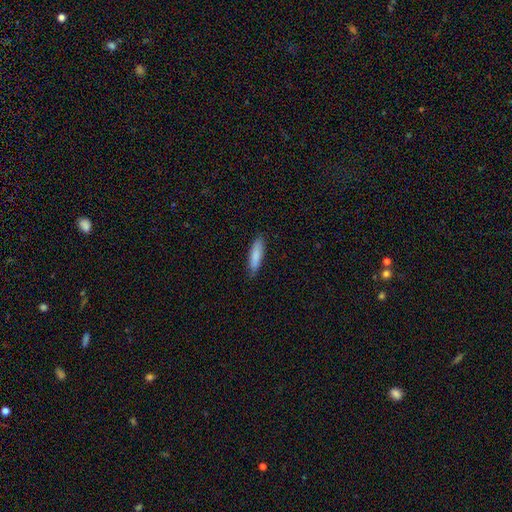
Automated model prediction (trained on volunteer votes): Morphology: type=smooth (84%); roundness=cigar-shaped (72%); merging=none (83%).